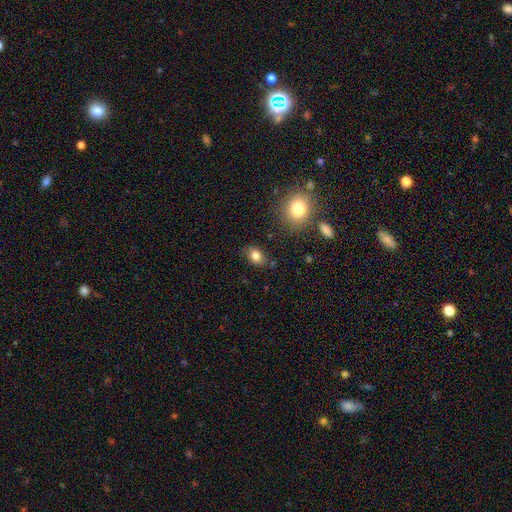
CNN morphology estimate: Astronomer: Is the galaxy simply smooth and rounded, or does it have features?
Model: smooth — 82%.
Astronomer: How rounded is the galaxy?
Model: in between — 72%.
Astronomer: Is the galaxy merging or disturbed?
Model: none — 81%.